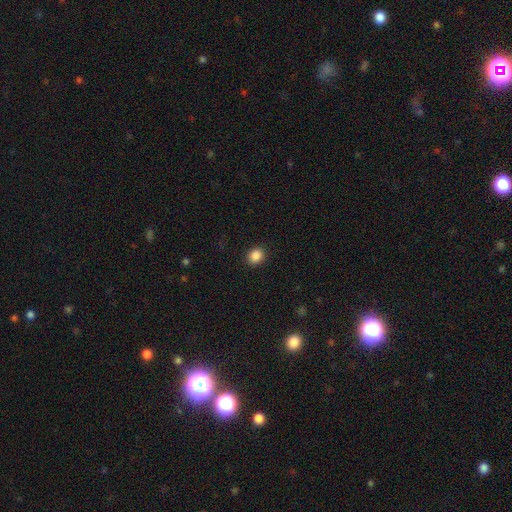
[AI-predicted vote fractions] This appears to be a smooth galaxy with no disk features (87%) that is round (65%). Merging: none (91%).